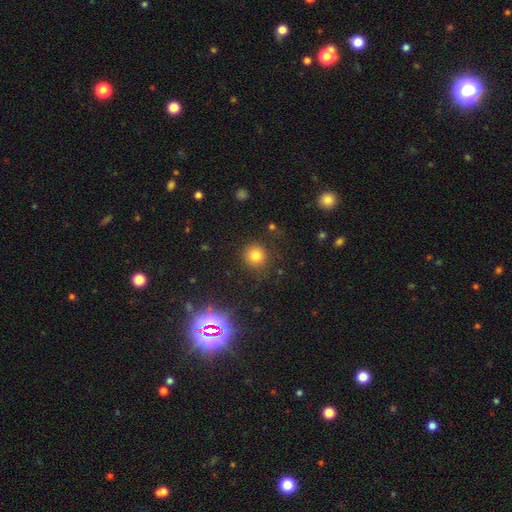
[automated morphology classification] smooth-or-featured: smooth: 77% | star or artifact: 16% | featured or disk: 7%
  how-rounded: round: 92% | in between: 7% | cigar-shaped: 1%
  merging: none: 85% | minor disturbance: 9% | major disturbance: 4% | merger: 2%